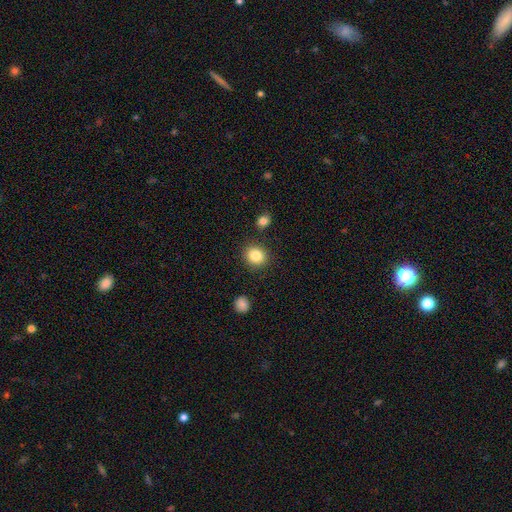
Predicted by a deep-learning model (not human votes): Morphology: type=smooth (85%); roundness=round (79%); merging=none (87%).